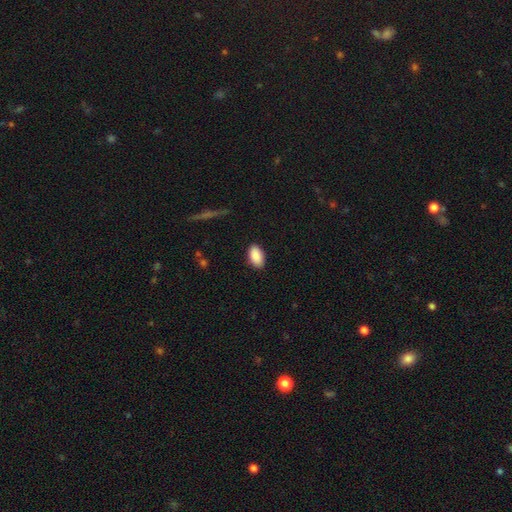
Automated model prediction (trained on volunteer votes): Smooth or featured? Predicted: smooth (p=0.90). How rounded? Predicted: in between (p=0.94). Merging? Predicted: none (p=0.88).